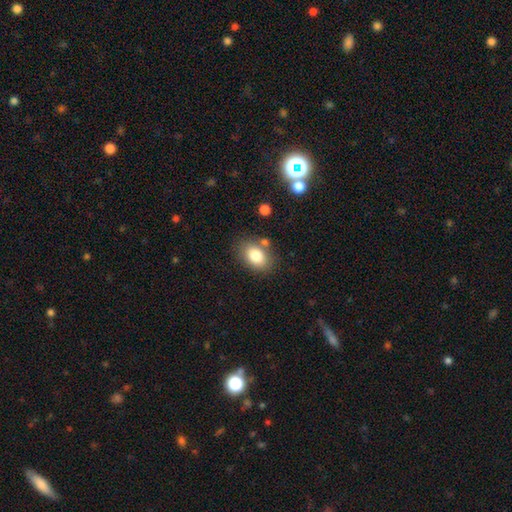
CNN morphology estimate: Smooth or featured?
  - smooth: 82% *
  - featured or disk: 10%
  - star or artifact: 9%
How rounded?
  - in between: 81% *
  - round: 18%
  - cigar-shaped: 1%
Merging?
  - none: 73% *
  - minor disturbance: 14%
  - merger: 9%
  - major disturbance: 4%